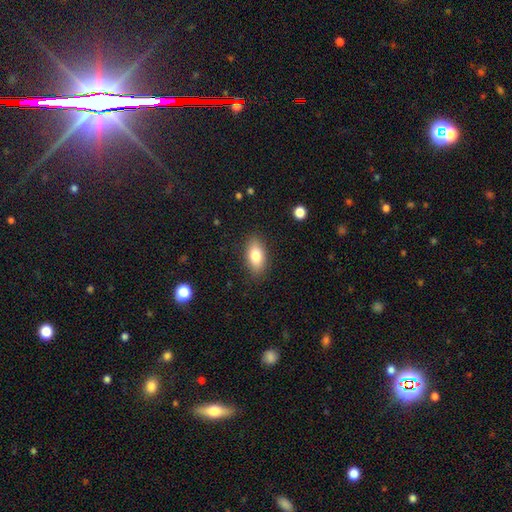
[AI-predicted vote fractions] smooth 80%, featured or disk 12%, star or artifact 8%. Down the decision tree: how rounded — in between (89%); merging — none (86%).